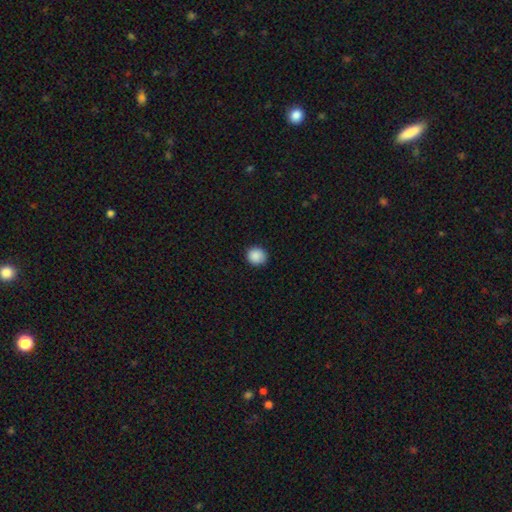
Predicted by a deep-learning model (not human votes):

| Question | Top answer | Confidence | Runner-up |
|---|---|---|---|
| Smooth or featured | smooth | 89% | star or artifact (9%) |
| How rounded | round | 88% | in between (11%) |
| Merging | none | 89% | minor disturbance (8%) |